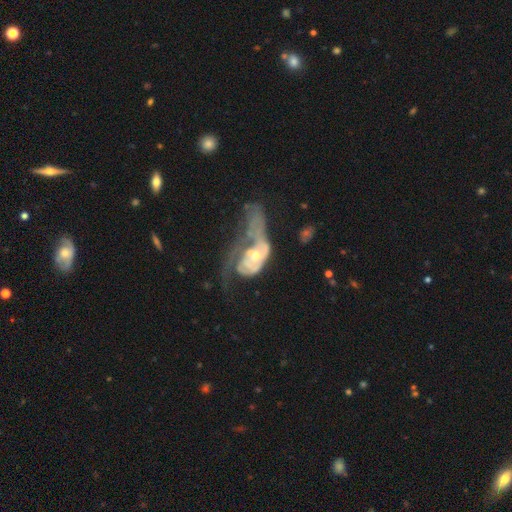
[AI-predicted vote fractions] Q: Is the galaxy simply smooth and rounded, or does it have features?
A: featured or disk — 76%.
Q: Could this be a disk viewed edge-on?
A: no — 95%.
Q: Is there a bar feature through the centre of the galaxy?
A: no — 74%.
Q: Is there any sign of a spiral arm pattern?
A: yes — 72%.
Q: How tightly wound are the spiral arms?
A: tight — 39%.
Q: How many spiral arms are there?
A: can't tell — 33%.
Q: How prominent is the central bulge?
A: moderate — 49%.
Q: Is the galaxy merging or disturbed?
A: major disturbance — 45%.